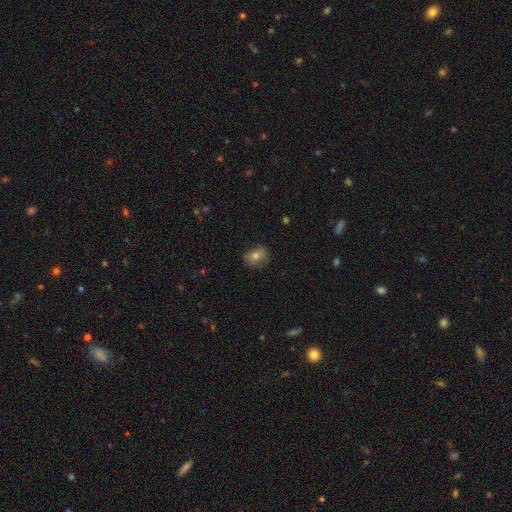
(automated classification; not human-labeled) The model was most divided on "how rounded": in between: 59%, round: 39%, cigar-shaped: 2%. More confident: merging — none (78%); smooth or featured — smooth (73%).